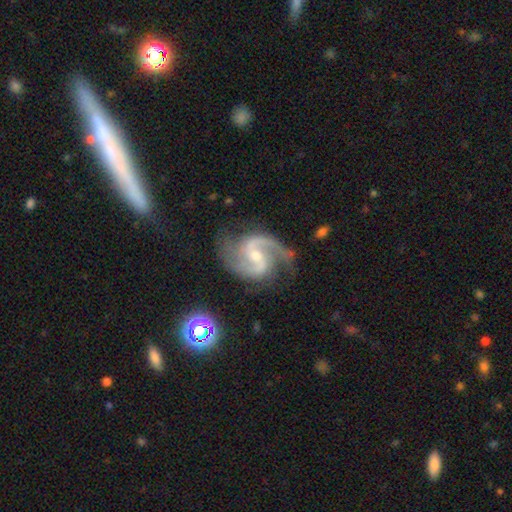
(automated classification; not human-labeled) smooth_or_featured: featured or disk (p=0.92) [alt: star or artifact p=0.05]
disk_edge_on: no (p=0.98) [alt: yes p=0.02]
bar: weak (p=0.47) [alt: no p=0.30]
has_spiral_arms: yes (p=0.98) [alt: no p=0.02]
spiral_winding: medium (p=0.60) [alt: loose p=0.26]
spiral_arm_count: 2 (p=0.91) [alt: 3 p=0.03]
bulge_size: small (p=0.54) [alt: moderate p=0.43]
merging: none (p=0.71) [alt: minor disturbance p=0.19]